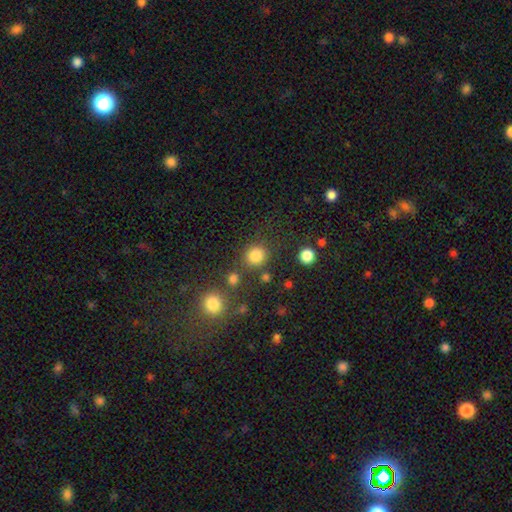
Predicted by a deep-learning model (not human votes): A smooth galaxy with no disk features (83%) that is round (85%).

Vote fractions:
- Smooth or featured? smooth: 83% / star or artifact: 13% / featured or disk: 4%
- How rounded? round: 85% / in between: 14% / cigar-shaped: 1%
- Merging? none: 78% / minor disturbance: 10% / merger: 8% / major disturbance: 5%